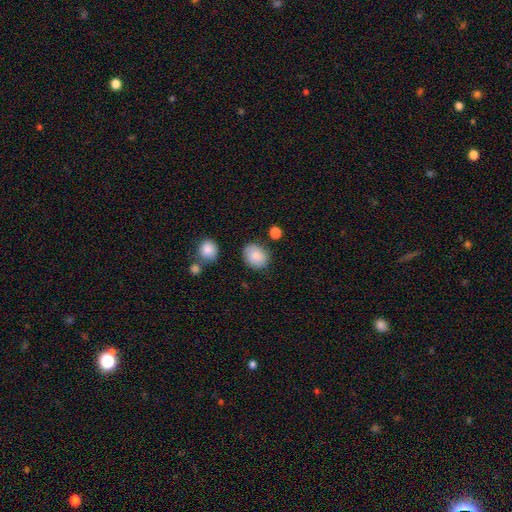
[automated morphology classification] A smooth galaxy with no disk features (84%) that is in between round and cigar-shaped (50%). Merging: none (80%).